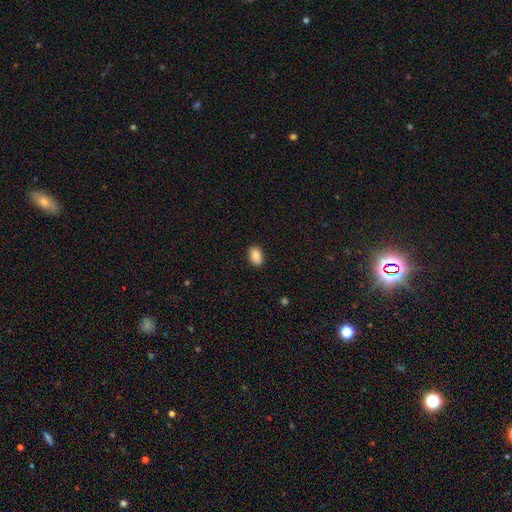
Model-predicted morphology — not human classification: Smooth or featured? Predicted: smooth (p=0.87). How rounded? Predicted: in between (p=0.88). Merging? Predicted: none (p=0.88).